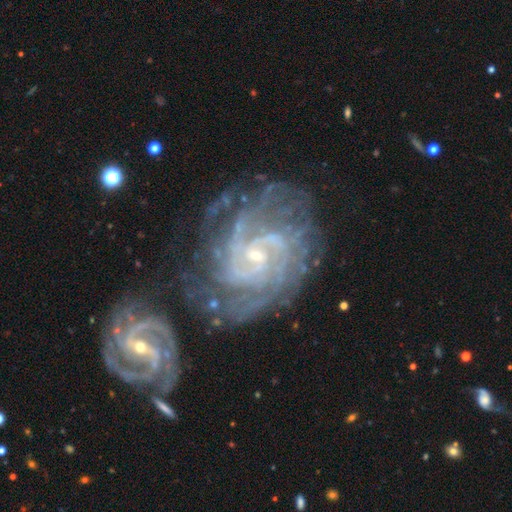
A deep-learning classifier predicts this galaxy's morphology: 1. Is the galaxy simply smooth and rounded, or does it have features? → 92% featured or disk, 5% star or artifact, 3% smooth.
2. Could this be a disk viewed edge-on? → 98% no, 2% yes.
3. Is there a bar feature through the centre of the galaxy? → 43% no, 41% weak, 16% strong.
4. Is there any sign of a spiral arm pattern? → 98% yes, 2% no.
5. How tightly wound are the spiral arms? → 64% tight, 30% medium, 6% loose.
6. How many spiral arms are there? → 21% 3 (tied), 21% can't tell (tied), 20% 4, 18% 2, 11% more than 4, 8% 1.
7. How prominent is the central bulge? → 81% small, 14% moderate, 3% none, 1% large, 1% dominant.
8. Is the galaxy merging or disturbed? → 42% none, 30% merger, 18% minor disturbance, 10% major disturbance.